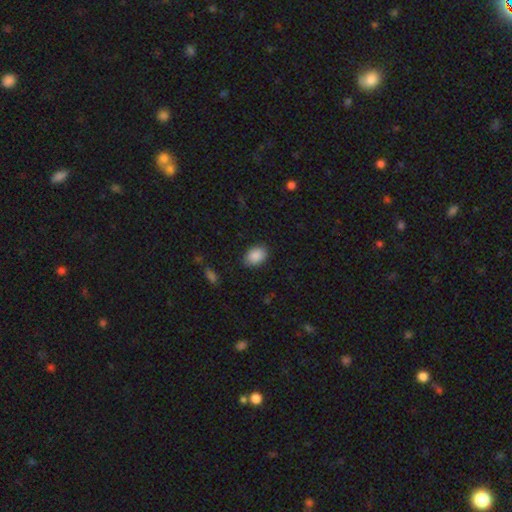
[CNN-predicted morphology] Q: Smooth or featured?
A: smooth (89%); runner-up: star or artifact (7%)
Q: How rounded?
A: in between (81%); runner-up: round (18%)
Q: Merging?
A: none (85%); runner-up: minor disturbance (12%)